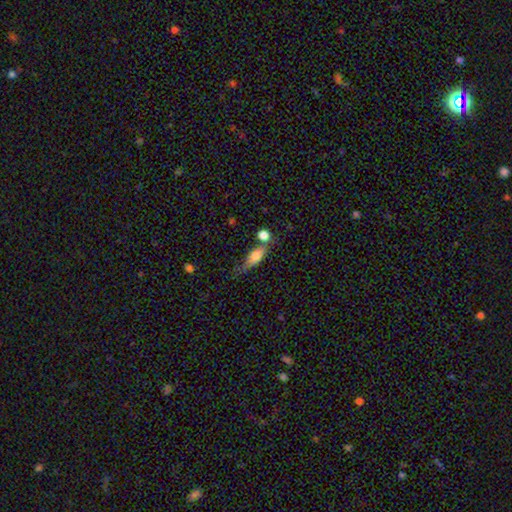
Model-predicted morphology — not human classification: A smooth galaxy with no disk features (71%) that is in between round and cigar-shaped (64%). Merging: none (41%).